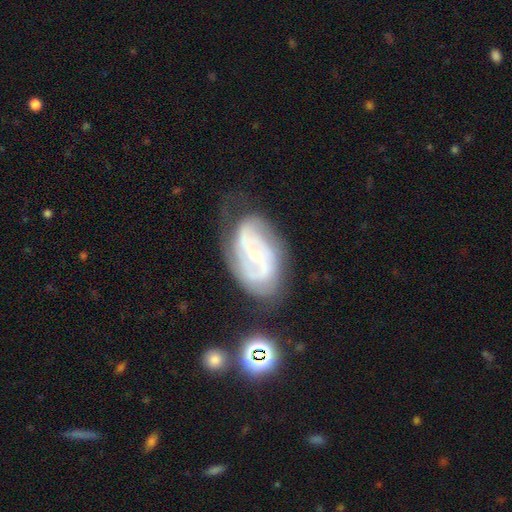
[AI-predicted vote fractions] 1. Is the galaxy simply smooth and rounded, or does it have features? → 86% featured or disk, 8% smooth, 6% star or artifact.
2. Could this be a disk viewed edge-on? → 97% no, 3% yes.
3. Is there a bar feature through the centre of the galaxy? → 45% weak, 35% no, 20% strong.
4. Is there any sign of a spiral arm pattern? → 96% yes, 4% no.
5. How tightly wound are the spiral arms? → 46% tight, 43% medium, 11% loose.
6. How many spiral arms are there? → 57% 2, 17% can't tell, 15% 3, 4% 4, 3% 1, 3% more than 4.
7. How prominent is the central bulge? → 70% small, 26% moderate, 3% none, 1% large, 1% dominant.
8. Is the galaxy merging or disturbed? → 63% none, 24% minor disturbance, 11% major disturbance, 3% merger.